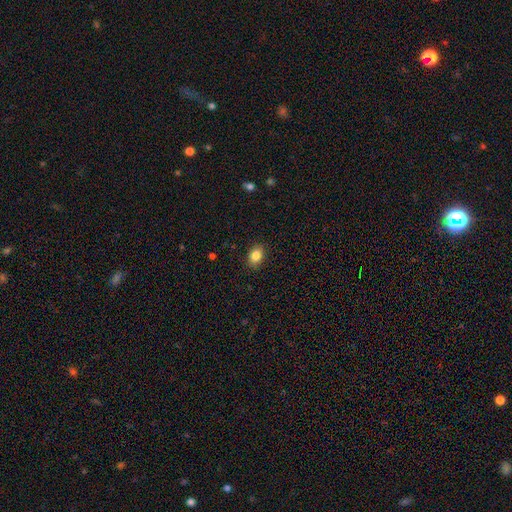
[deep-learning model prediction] Smooth or featured: smooth — 85% (star or artifact — 9%)
How rounded: in between — 72% (round — 27%)
Merging: none — 88% (minor disturbance — 9%)